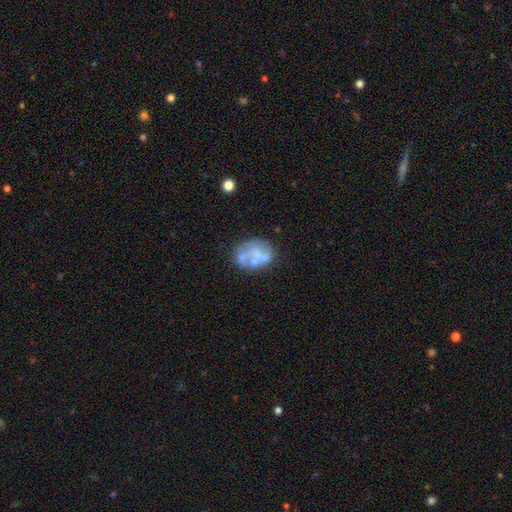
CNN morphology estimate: Smooth or featured?
  - featured or disk: 60% *
  - smooth: 31%
  - star or artifact: 9%
Edge-on disk?
  - no: 98% *
  - yes: 2%
Bar?
  - no: 88% *
  - weak: 10%
  - strong: 3%
Spiral arms?
  - no: 83% *
  - yes: 17%
Bulge size?
  - none: 60% *
  - small: 19%
  - moderate: 17%
  - large: 3%
  - dominant: 1%
Merging?
  - none: 51% *
  - minor disturbance: 21%
  - major disturbance: 15%
  - merger: 13%